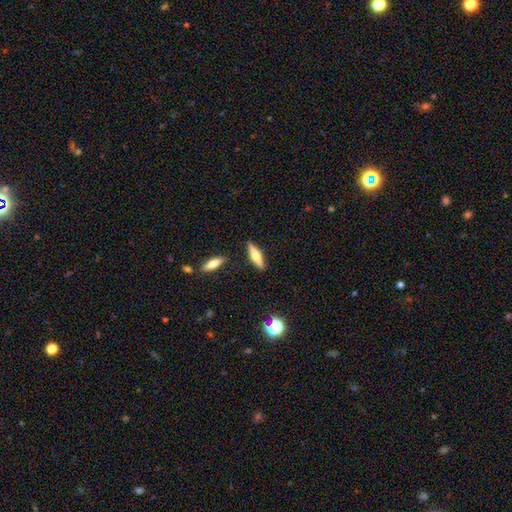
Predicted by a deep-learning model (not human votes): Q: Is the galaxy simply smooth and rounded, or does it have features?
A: featured or disk — 49%.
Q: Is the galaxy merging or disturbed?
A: none — 87%.